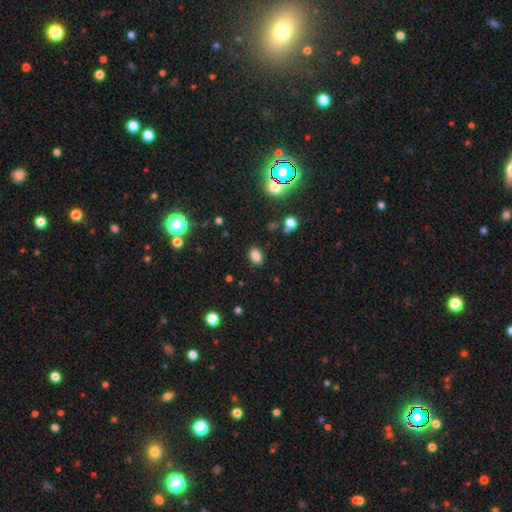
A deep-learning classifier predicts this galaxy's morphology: The model was most divided on "how rounded": in between: 79%, round: 20%, cigar-shaped: 1%. More confident: merging — none (87%); smooth or featured — smooth (83%).